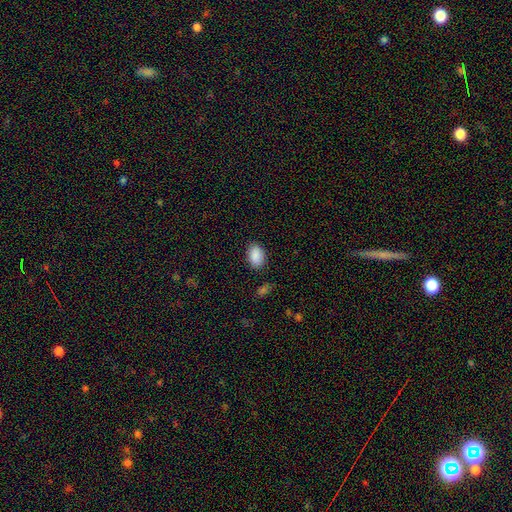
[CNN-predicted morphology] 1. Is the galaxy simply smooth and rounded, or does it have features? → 89% smooth, 7% star or artifact, 3% featured or disk.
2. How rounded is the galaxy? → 88% in between, 11% round, 1% cigar-shaped.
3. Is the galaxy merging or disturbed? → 84% none, 12% minor disturbance, 3% major disturbance, 2% merger.